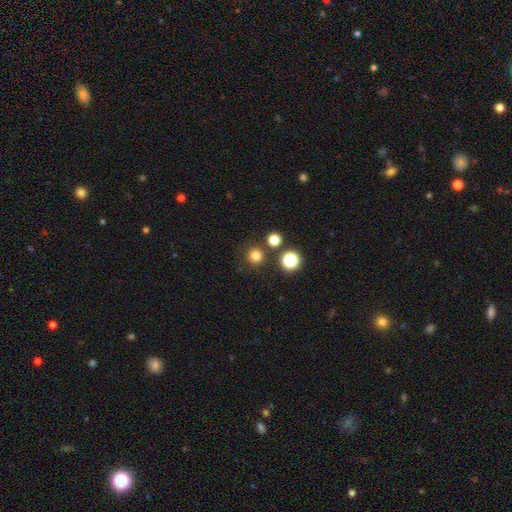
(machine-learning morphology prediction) smooth_or_featured: smooth (p=0.78) [alt: star or artifact p=0.17]
how_rounded: round (p=0.95) [alt: in between p=0.04]
merging: none (p=0.83) [alt: merger p=0.07]